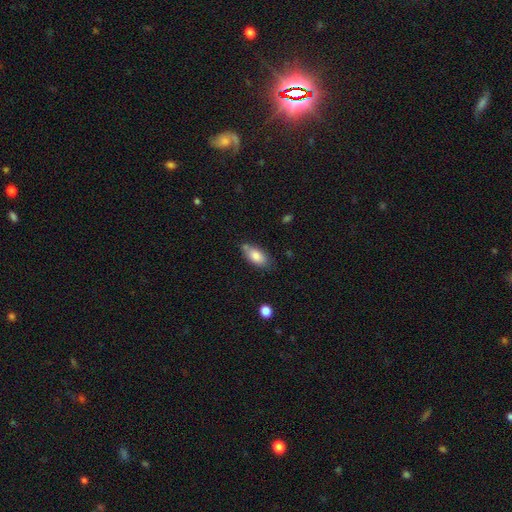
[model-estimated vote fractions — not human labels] Overall: smooth (82%). How rounded: in between (89%). Merging: none (66%).